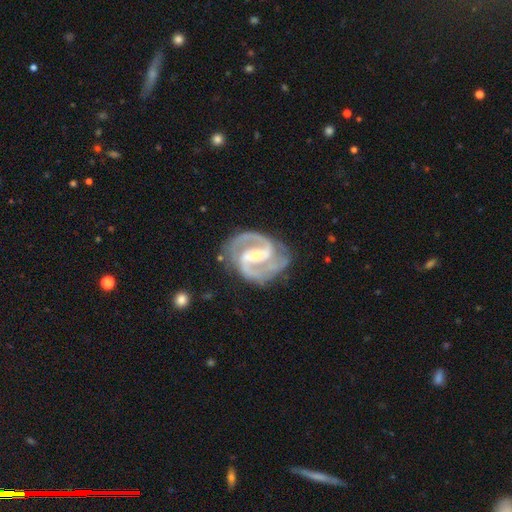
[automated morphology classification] Q: Smooth or featured?
A: featured or disk (93%); runner-up: star or artifact (4%)
Q: Edge-on disk?
A: no (98%); runner-up: yes (2%)
Q: Bar?
A: strong (51%); runner-up: weak (36%)
Q: Spiral arms?
A: yes (98%); runner-up: no (2%)
Q: Spiral winding?
A: medium (60%); runner-up: tight (31%)
Q: Spiral arm count?
A: 2 (90%); runner-up: 3 (5%)
Q: Bulge size?
A: small (60%); runner-up: moderate (34%)
Q: Merging?
A: none (76%); runner-up: minor disturbance (16%)